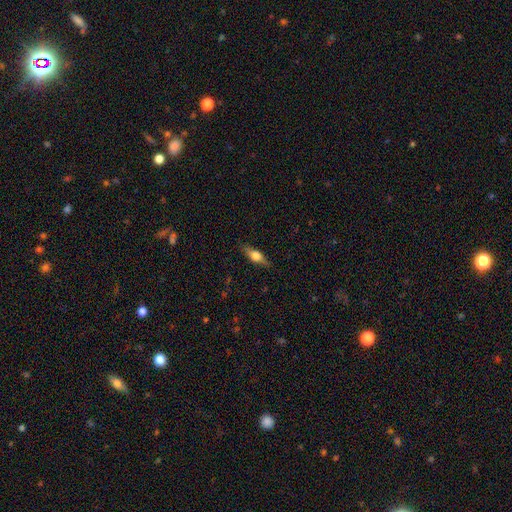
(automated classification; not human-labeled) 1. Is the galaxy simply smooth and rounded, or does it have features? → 50% smooth, 42% featured or disk, 7% star or artifact.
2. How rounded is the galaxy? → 49% in between, 47% cigar-shaped, 4% round.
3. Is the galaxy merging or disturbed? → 84% none, 12% minor disturbance, 3% major disturbance, 1% merger.